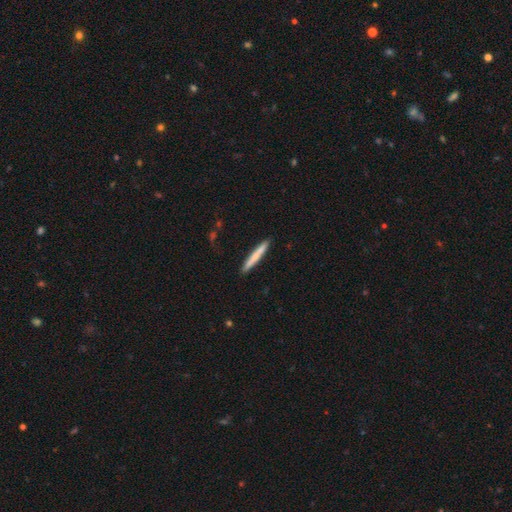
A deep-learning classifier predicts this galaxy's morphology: smooth_or_featured: smooth (p=0.67) [alt: featured or disk p=0.27]
how_rounded: cigar-shaped (p=0.96) [alt: in between p=0.03]
merging: none (p=0.90) [alt: minor disturbance p=0.07]